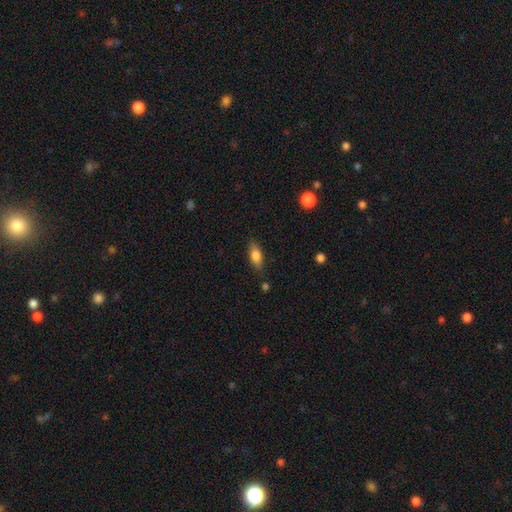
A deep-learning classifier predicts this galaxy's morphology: Smooth or featured?
  - smooth: 75% *
  - featured or disk: 17%
  - star or artifact: 7%
How rounded?
  - in between: 76% *
  - cigar-shaped: 20%
  - round: 4%
Merging?
  - none: 82% *
  - minor disturbance: 13%
  - major disturbance: 3%
  - merger: 2%